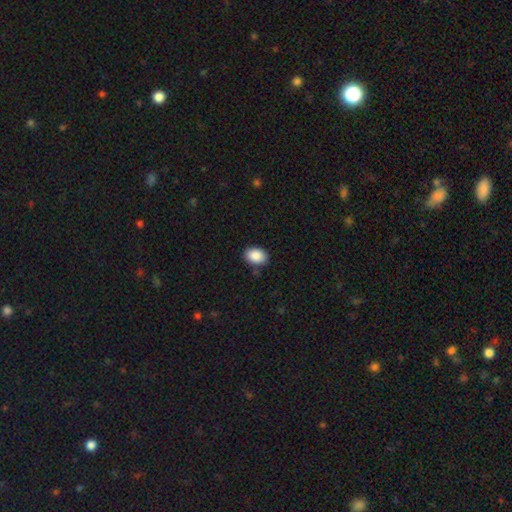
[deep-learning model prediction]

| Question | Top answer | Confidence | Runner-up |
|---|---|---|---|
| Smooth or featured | smooth | 88% | star or artifact (8%) |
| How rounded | in between | 78% | round (21%) |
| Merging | none | 84% | minor disturbance (12%) |